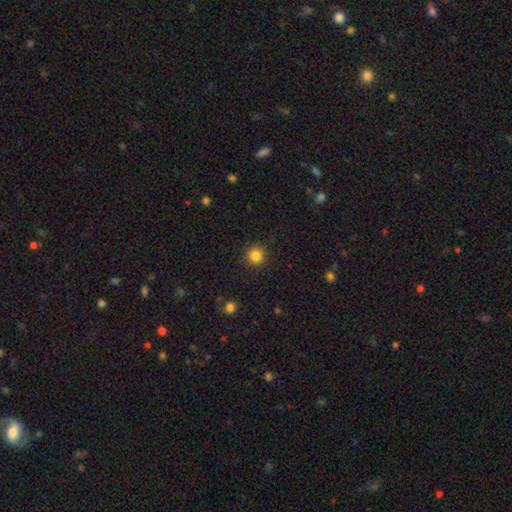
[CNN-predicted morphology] Smooth or featured? smooth (84%)
How rounded? round (94%)
Merging? none (91%)